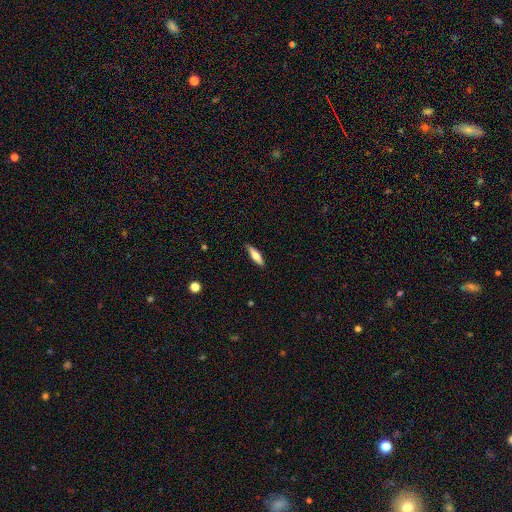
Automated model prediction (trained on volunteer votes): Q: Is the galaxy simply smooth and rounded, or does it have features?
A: smooth — 67%.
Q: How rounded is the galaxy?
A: cigar-shaped — 64%.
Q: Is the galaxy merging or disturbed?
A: none — 86%.